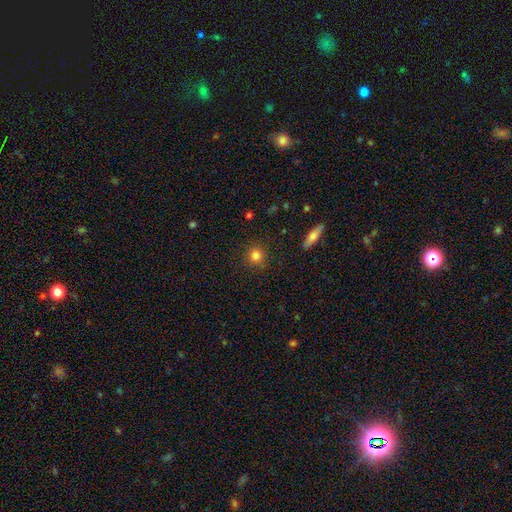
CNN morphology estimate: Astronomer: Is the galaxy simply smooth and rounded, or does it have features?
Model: smooth — 82%.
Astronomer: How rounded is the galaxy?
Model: round — 91%.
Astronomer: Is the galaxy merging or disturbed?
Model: none — 89%.